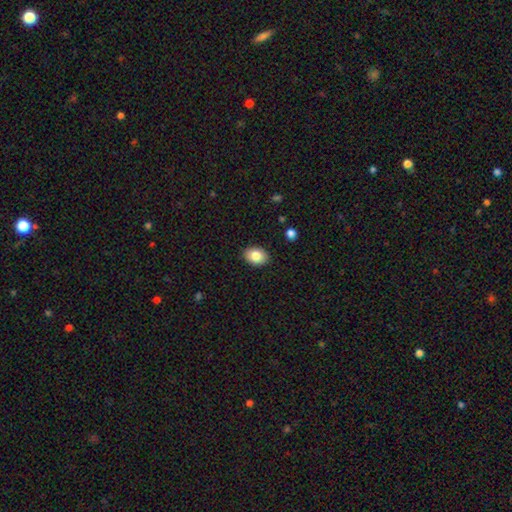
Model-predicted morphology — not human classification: Overall: smooth (83%). How rounded: in between (76%). Merging: none (89%).